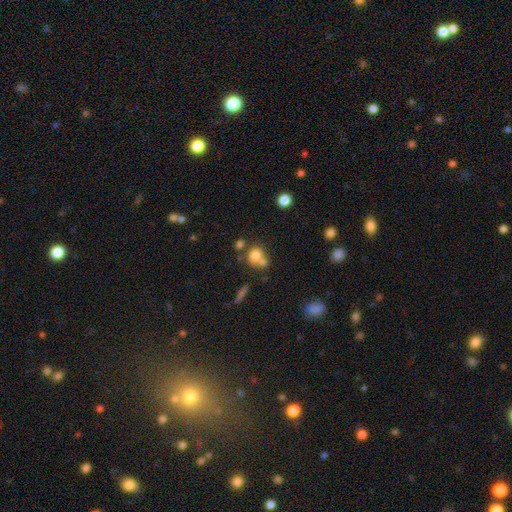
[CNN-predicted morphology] type=smooth (74%); roundness=round (73%); merging=merger (44%).